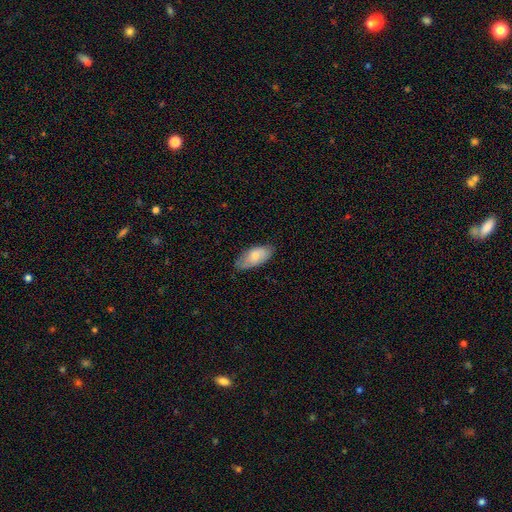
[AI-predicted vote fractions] Morphology: type=smooth (73%); roundness=in between (92%); merging=none (67%).